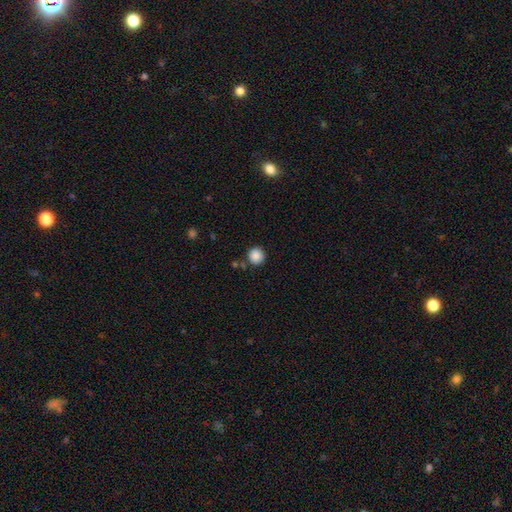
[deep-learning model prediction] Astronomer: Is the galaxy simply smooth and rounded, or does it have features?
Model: smooth — 88%.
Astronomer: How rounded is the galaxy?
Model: round — 94%.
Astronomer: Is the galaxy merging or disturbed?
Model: none — 84%.